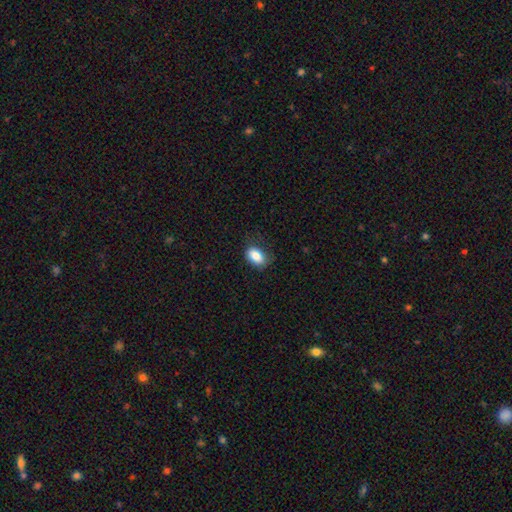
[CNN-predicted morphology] A smooth galaxy with no disk features (85%) that is in between round and cigar-shaped (86%). Merging: none (75%).